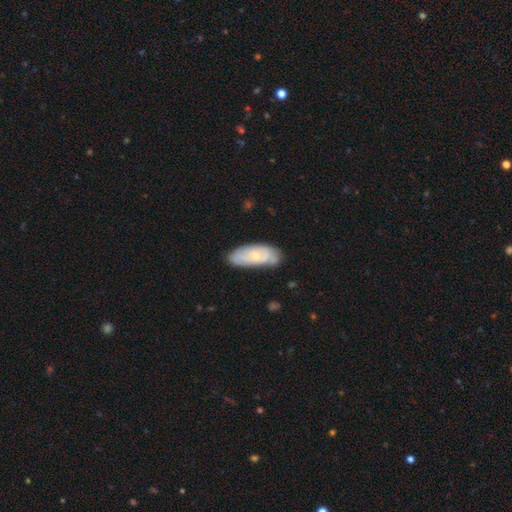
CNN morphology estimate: smooth_or_featured: featured or disk (p=0.48) [alt: smooth p=0.46]
merging: none (p=0.67) [alt: minor disturbance p=0.25]